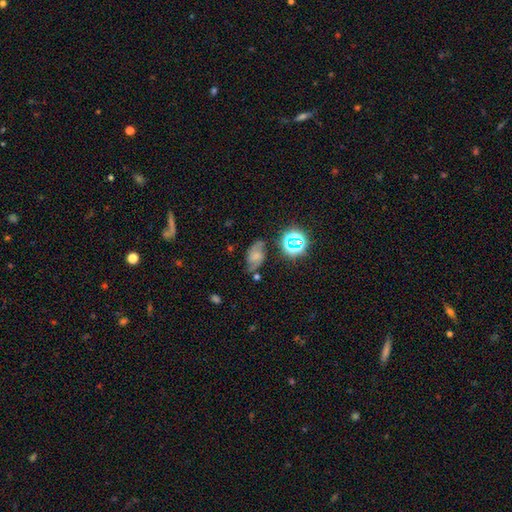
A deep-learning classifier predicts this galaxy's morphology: Smooth or featured: featured or disk — 41% (smooth — 39%)
Merging: none — 57% (minor disturbance — 26%)